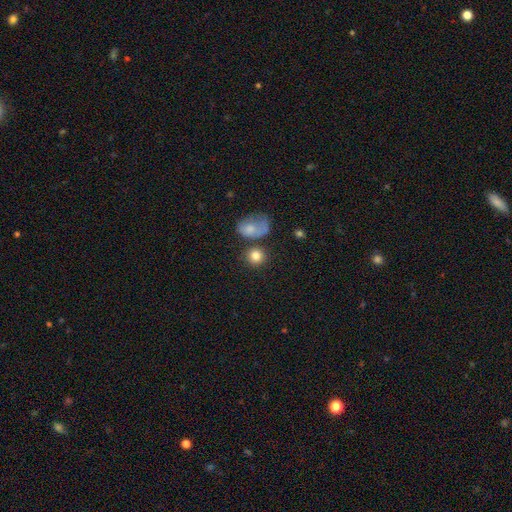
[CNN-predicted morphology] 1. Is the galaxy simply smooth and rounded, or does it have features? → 82% smooth, 10% star or artifact, 8% featured or disk.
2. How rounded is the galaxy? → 83% round, 16% in between, 1% cigar-shaped.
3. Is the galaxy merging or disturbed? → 65% none, 15% merger, 13% minor disturbance, 7% major disturbance.